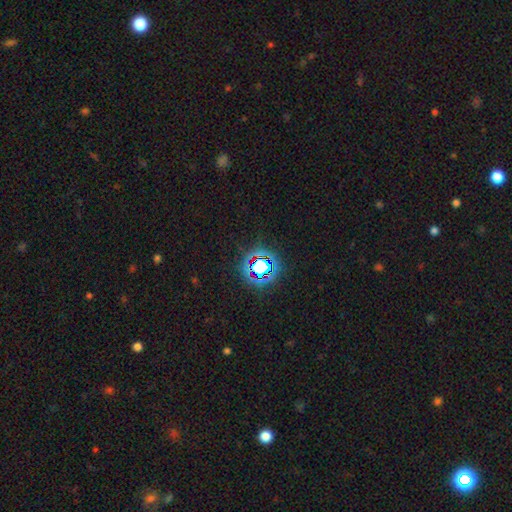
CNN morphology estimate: Smooth or featured: star or artifact — 80% (smooth — 13%)